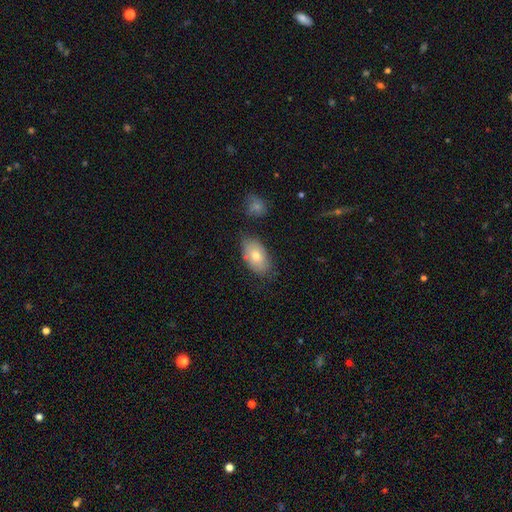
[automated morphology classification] This appears to be a smooth galaxy with no disk features (74%) that is in between round and cigar-shaped (92%). Merging: none (73%).